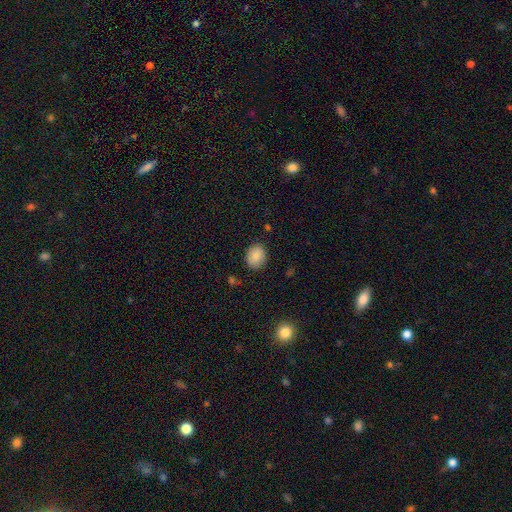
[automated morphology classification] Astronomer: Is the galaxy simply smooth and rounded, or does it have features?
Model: smooth — 87%.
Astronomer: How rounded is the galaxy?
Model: in between — 57% (runner-up: round, 42%).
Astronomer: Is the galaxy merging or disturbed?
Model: none — 83%.